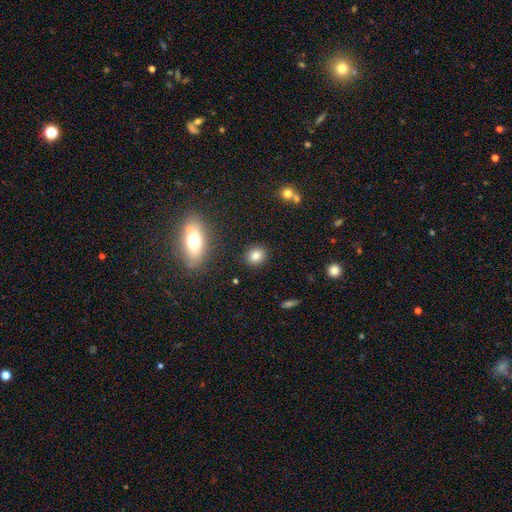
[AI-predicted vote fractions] Smooth or featured?
  - smooth: 83% *
  - star or artifact: 10%
  - featured or disk: 7%
How rounded?
  - round: 72% *
  - in between: 26%
  - cigar-shaped: 1%
Merging?
  - none: 89% *
  - minor disturbance: 7%
  - major disturbance: 2%
  - merger: 2%